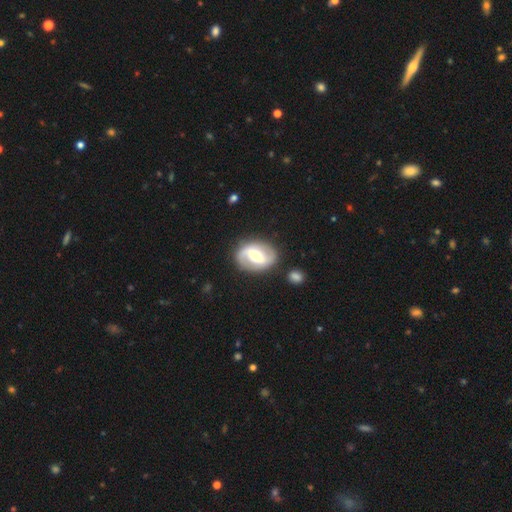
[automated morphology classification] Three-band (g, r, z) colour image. It shows a featured or disk galaxy (76%) with a strong bar (40%), 2 (89%) medium (40%, tied with loose) spiral arms (84%) and a moderate central bulge (71%). Merging: none (82%).